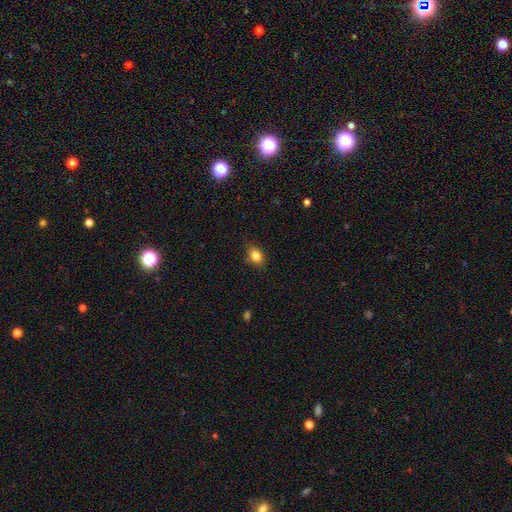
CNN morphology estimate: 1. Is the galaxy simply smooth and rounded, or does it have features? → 83% smooth, 10% star or artifact, 7% featured or disk.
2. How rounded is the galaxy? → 70% in between, 28% round, 2% cigar-shaped.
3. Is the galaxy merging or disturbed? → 76% none, 19% minor disturbance, 4% major disturbance, 1% merger.